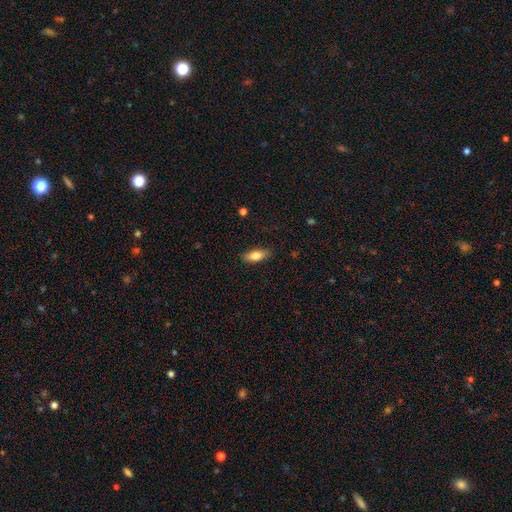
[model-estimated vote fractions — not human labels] A smooth galaxy with no disk features (80%) that is in between round and cigar-shaped (74%). Merging: none (86%).